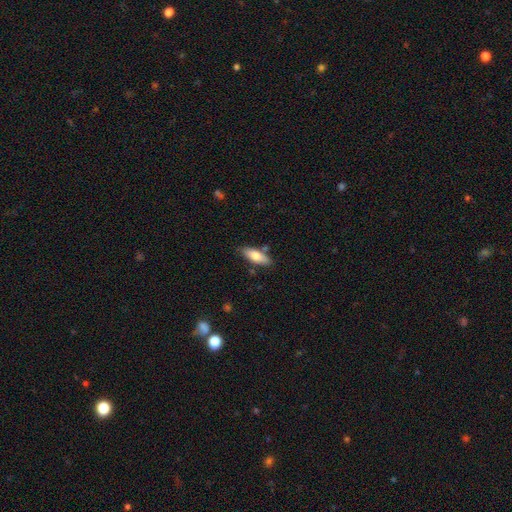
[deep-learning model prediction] Smooth or featured: smooth — 75% (featured or disk — 19%)
How rounded: in between — 68% (cigar-shaped — 29%)
Merging: none — 77% (minor disturbance — 14%)